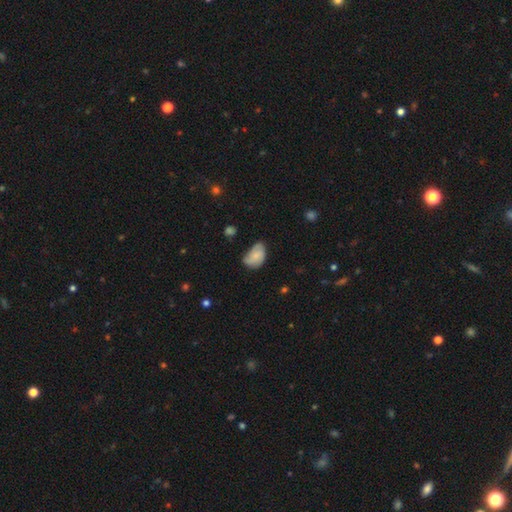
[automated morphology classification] Q: Smooth or featured?
A: smooth (61%); runner-up: featured or disk (31%)
Q: How rounded?
A: in between (84%); runner-up: round (15%)
Q: Merging?
A: minor disturbance (43%); runner-up: none (39%)